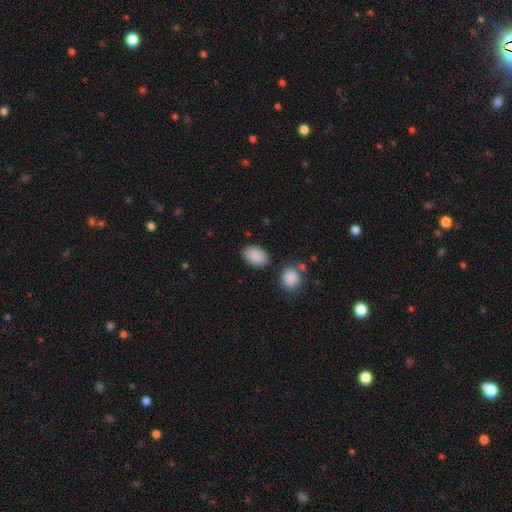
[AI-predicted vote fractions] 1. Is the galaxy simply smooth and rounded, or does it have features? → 89% smooth, 7% star or artifact, 4% featured or disk.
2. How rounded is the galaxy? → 84% in between, 15% round, 1% cigar-shaped.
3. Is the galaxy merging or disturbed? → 80% none, 12% minor disturbance, 5% merger, 4% major disturbance.